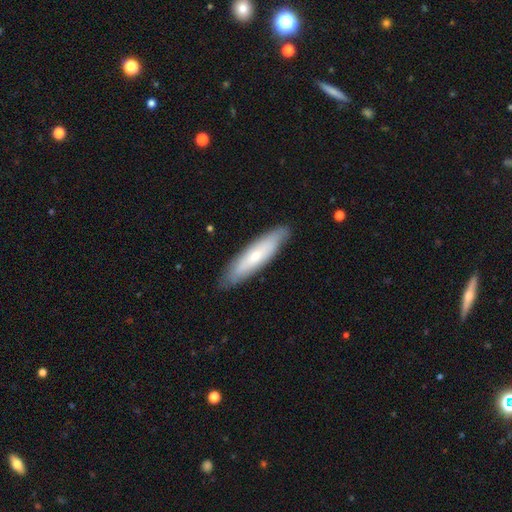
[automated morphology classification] type=smooth (56%); roundness=cigar-shaped (73%); merging=none (86%).